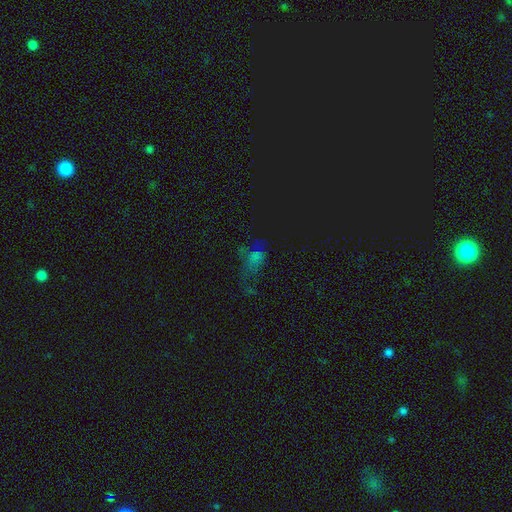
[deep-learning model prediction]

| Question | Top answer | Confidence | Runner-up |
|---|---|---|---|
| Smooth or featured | smooth | 43% | star or artifact (37%) |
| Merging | major disturbance | 40% | none (33%) |